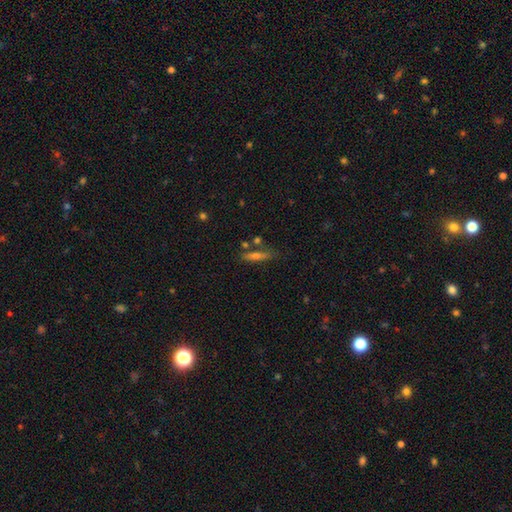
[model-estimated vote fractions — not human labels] smooth 51%, featured or disk 34%, star or artifact 15%. Down the decision tree: how rounded — cigar-shaped (82%); merging — none (73%).